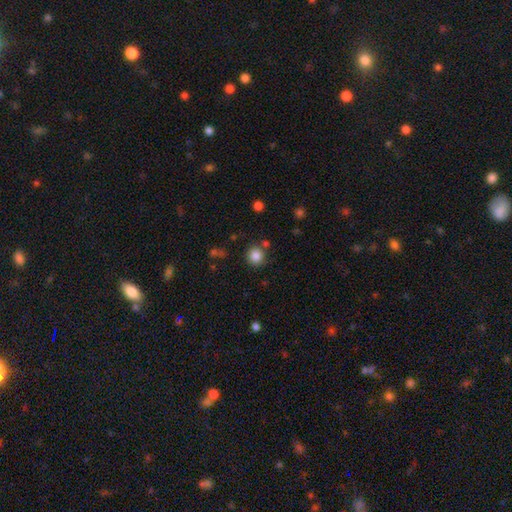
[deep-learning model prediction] smooth_or_featured: smooth (p=0.85) [alt: star or artifact p=0.10]
how_rounded: round (p=0.91) [alt: in between p=0.08]
merging: none (p=0.80) [alt: minor disturbance p=0.09]